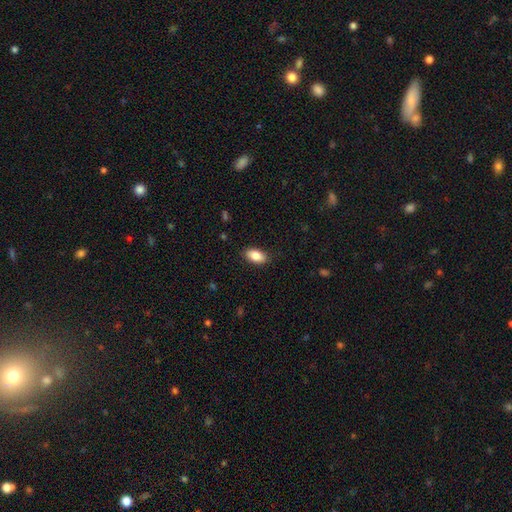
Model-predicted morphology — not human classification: This appears to be a smooth galaxy with no disk features (86%) that is in between round and cigar-shaped (93%). Merging: none (87%).